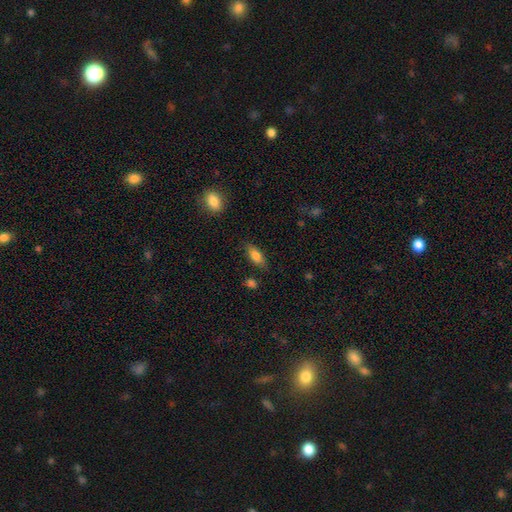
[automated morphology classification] Smooth or featured? Predicted: smooth (p=0.78). How rounded? Predicted: in between (p=0.80). Merging? Predicted: none (p=0.80).